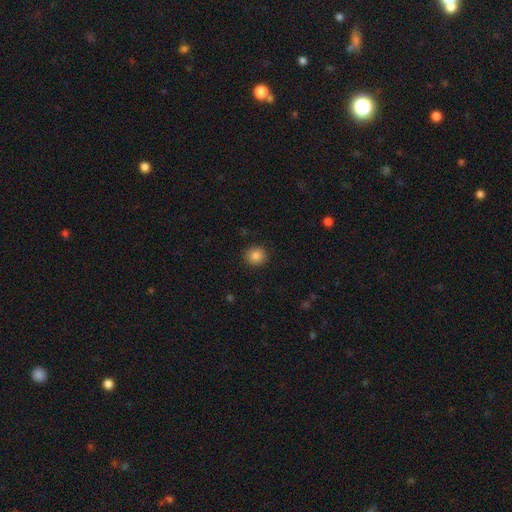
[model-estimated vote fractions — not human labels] This is clearly a smooth galaxy (86%). How rounded: clearly round (87%). Merging: clearly none (90%).